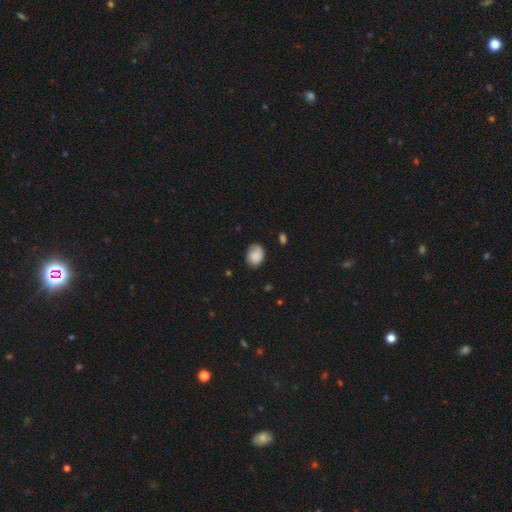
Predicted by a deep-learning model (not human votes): Smooth or featured? Predicted: smooth (p=0.80). How rounded? Predicted: in between (p=0.59). Merging? Predicted: none (p=0.69).